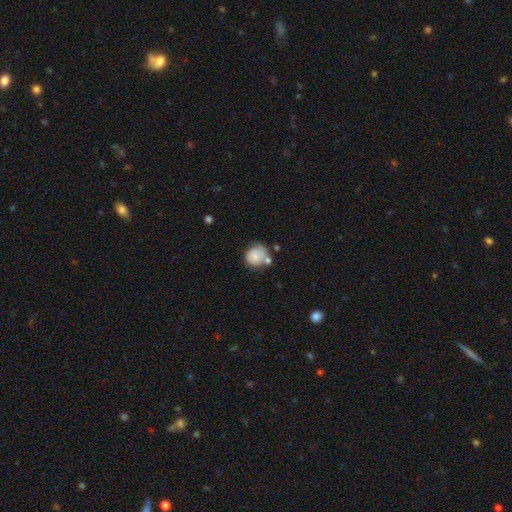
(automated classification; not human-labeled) Smooth or featured? smooth (70%)
How rounded? round (76%)
Merging? none (50%)